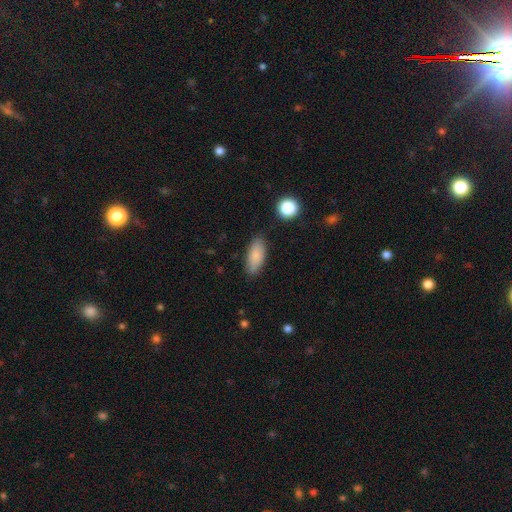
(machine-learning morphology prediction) Smooth or featured: smooth — 85% (featured or disk — 8%)
How rounded: in between — 84% (cigar-shaped — 13%)
Merging: none — 81% (minor disturbance — 14%)